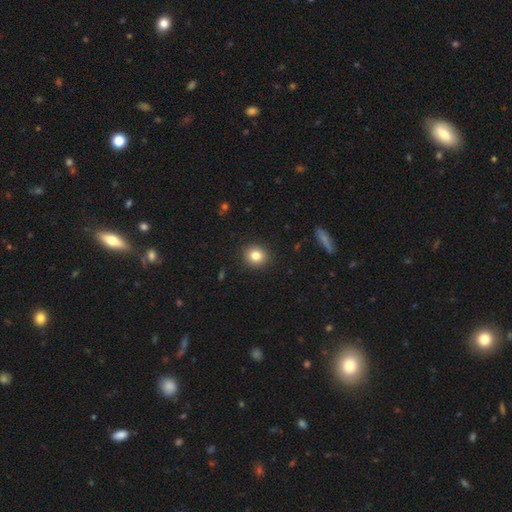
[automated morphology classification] Smooth or featured: smooth — 83% (star or artifact — 11%)
How rounded: round — 79% (in between — 20%)
Merging: none — 91% (minor disturbance — 6%)